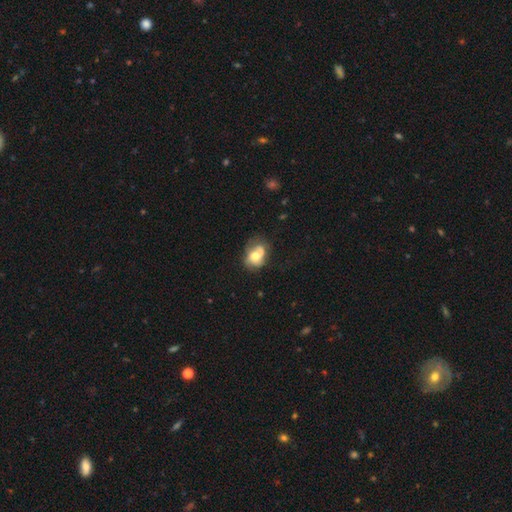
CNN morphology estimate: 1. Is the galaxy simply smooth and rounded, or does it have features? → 50% featured or disk, 41% smooth, 8% star or artifact.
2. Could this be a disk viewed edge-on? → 96% no, 4% yes.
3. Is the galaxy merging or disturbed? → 52% none, 28% minor disturbance, 15% major disturbance, 5% merger.